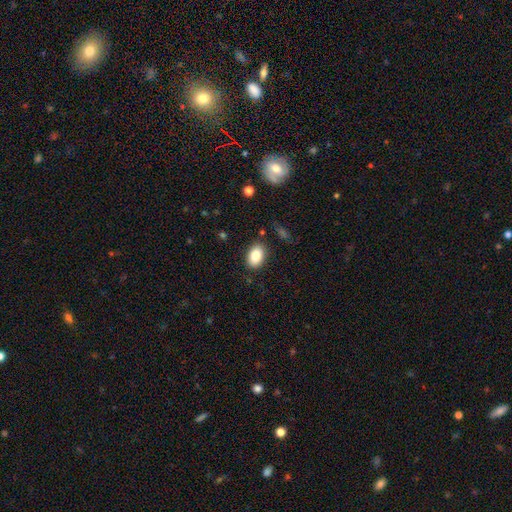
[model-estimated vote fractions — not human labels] Smooth or featured: smooth — 84% (featured or disk — 8%)
How rounded: in between — 88% (round — 11%)
Merging: none — 86% (minor disturbance — 10%)